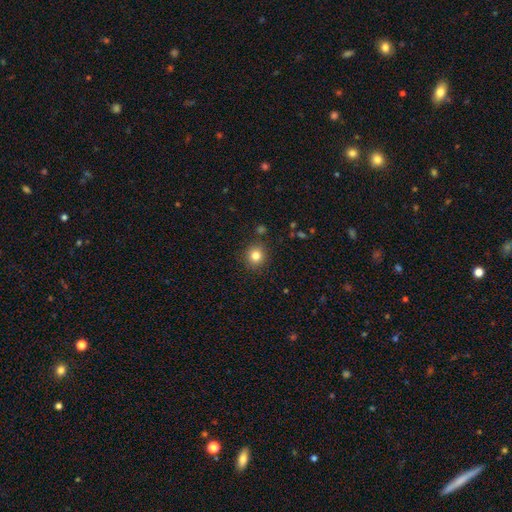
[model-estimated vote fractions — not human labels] Q: Smooth or featured?
A: smooth (82%); runner-up: star or artifact (12%)
Q: How rounded?
A: round (88%); runner-up: in between (11%)
Q: Merging?
A: none (88%); runner-up: minor disturbance (7%)